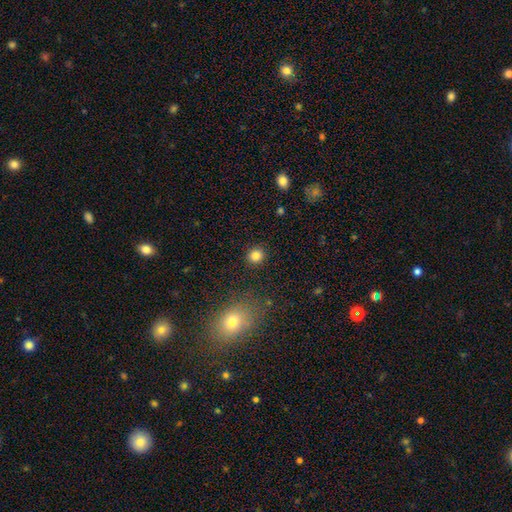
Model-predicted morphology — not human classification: Smooth or featured? smooth (83%)
How rounded? round (86%)
Merging? none (90%)